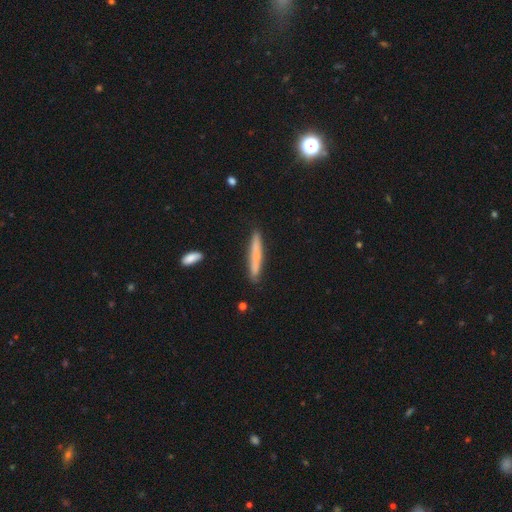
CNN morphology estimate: This is likely a smooth galaxy (66%). How rounded: clearly cigar-shaped (95%). Merging: clearly none (87%).